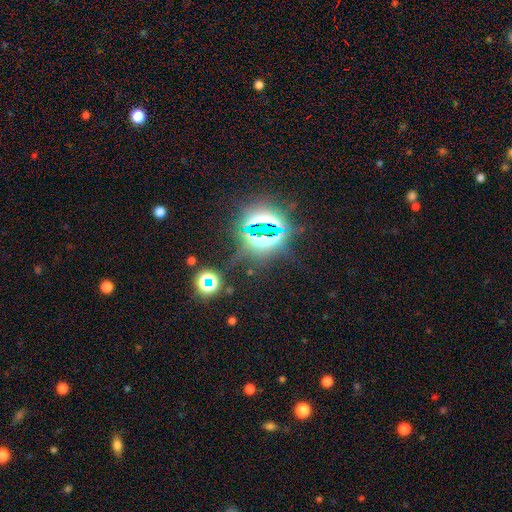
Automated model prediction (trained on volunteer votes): smooth-or-featured: star or artifact: 83% | smooth: 10% | featured or disk: 7%